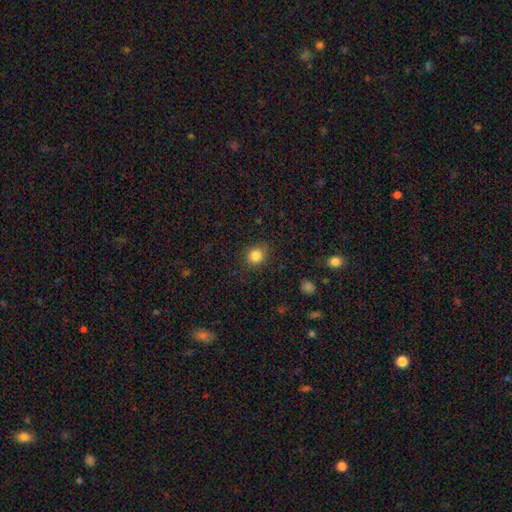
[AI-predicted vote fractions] A smooth galaxy with no disk features (84%) that is round (77%).

Vote fractions:
- Smooth or featured? smooth: 84% / star or artifact: 11% / featured or disk: 5%
- How rounded? round: 77% / in between: 22% / cigar-shaped: 1%
- Merging? none: 85% / minor disturbance: 11% / major disturbance: 3% / merger: 1%